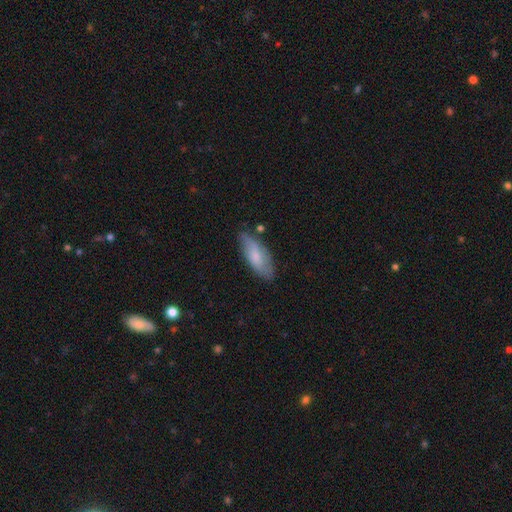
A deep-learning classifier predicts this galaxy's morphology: Smooth or featured? Predicted: smooth (p=0.68). How rounded? Predicted: in between (p=0.72). Merging? Predicted: none (p=0.71).